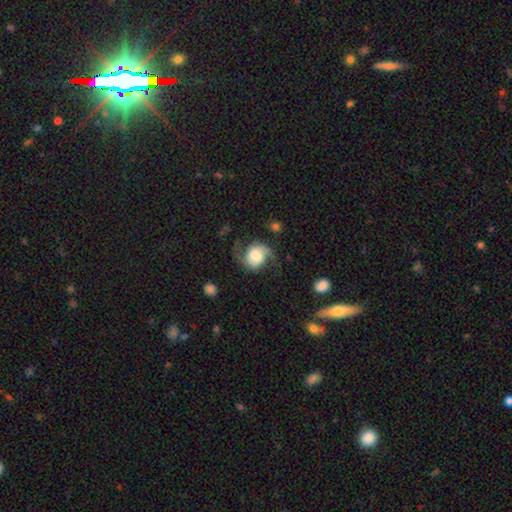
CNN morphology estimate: This appears to be a featured or disk galaxy (73%) with no bar (49%), 2 (89%) loose (45%) spiral arms (94%) and a moderate central bulge (40%). Merging: none (63%).